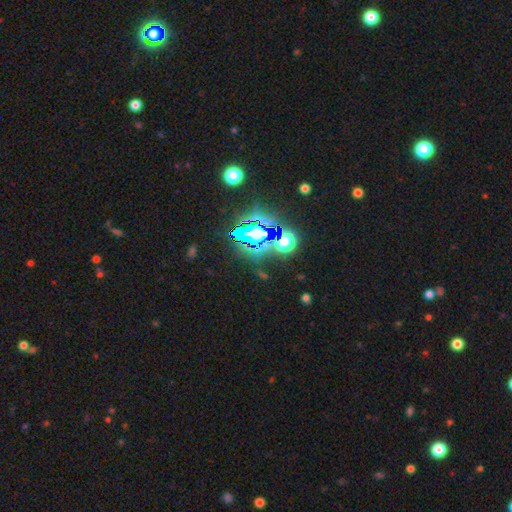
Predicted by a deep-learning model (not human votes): Q: Smooth or featured?
A: star or artifact (79%); runner-up: smooth (13%)